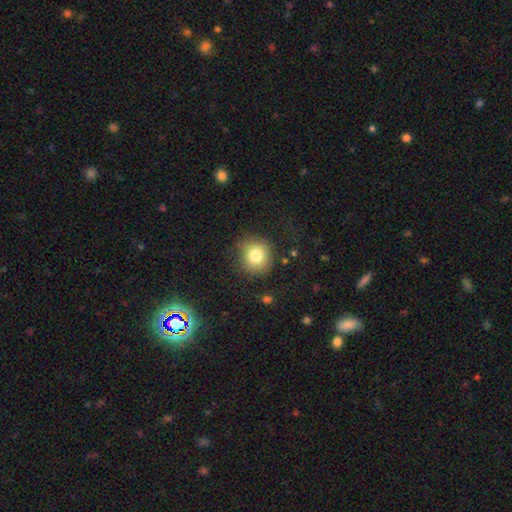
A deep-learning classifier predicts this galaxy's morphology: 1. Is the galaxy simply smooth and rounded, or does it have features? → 80% smooth, 11% star or artifact, 9% featured or disk.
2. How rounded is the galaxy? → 87% round, 12% in between, 1% cigar-shaped.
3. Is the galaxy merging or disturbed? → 82% none, 12% minor disturbance, 4% major disturbance, 2% merger.